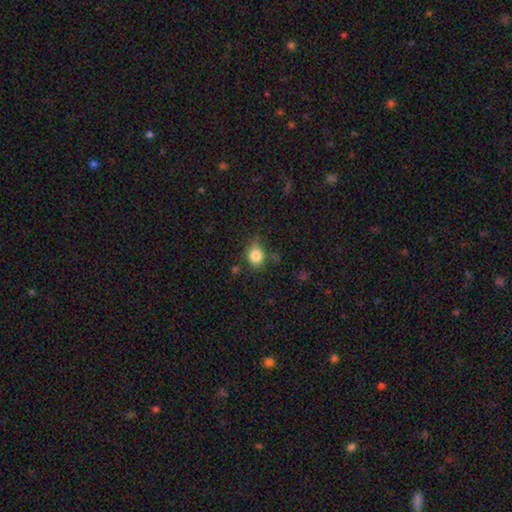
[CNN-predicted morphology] This is clearly a smooth galaxy (83%). How rounded: possibly round (59%). Merging: likely none (63%).